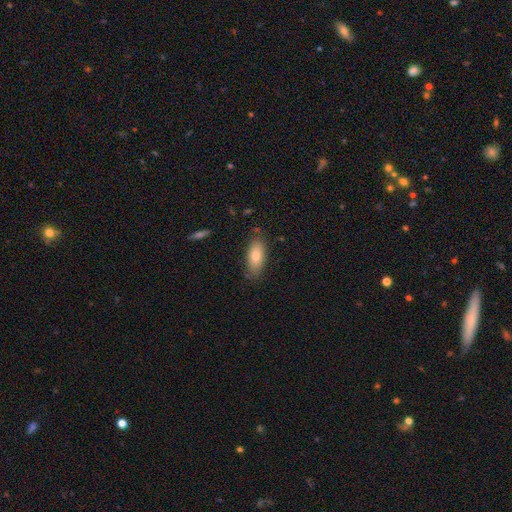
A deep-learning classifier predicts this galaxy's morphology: A smooth galaxy with no disk features (77%) that is in between round and cigar-shaped (84%). Merging: none (80%).